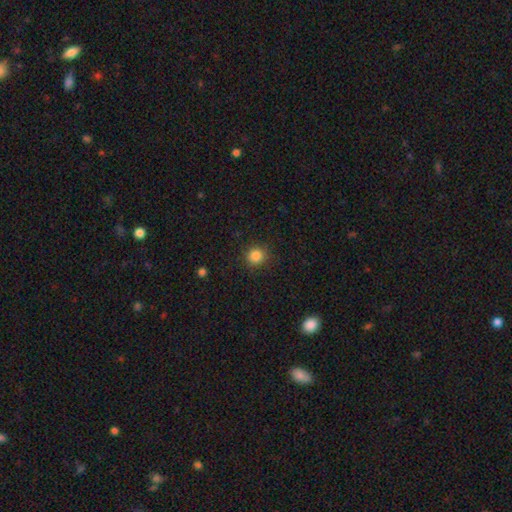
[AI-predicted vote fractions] A smooth galaxy with no disk features (85%) that is round (92%). Merging: none (89%).